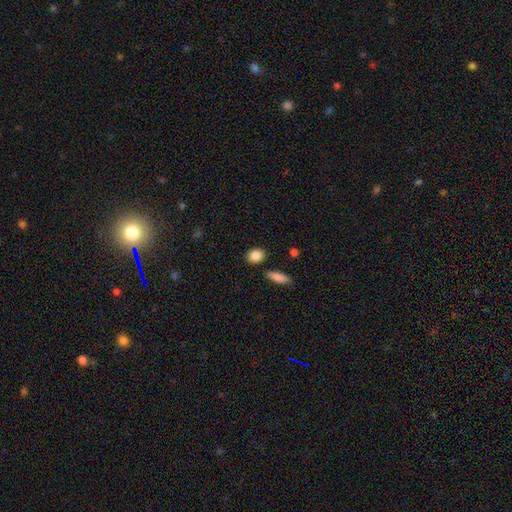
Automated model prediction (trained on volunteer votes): Q: Smooth or featured?
A: smooth (87%); runner-up: star or artifact (8%)
Q: How rounded?
A: in between (55%); runner-up: round (43%)
Q: Merging?
A: none (84%); runner-up: minor disturbance (9%)